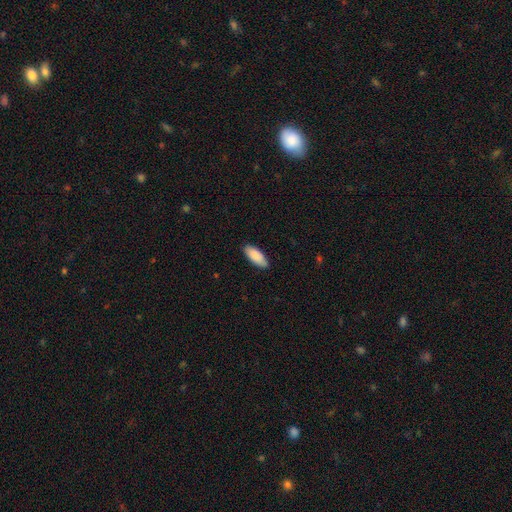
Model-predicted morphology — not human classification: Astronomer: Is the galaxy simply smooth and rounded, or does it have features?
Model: smooth — 89%.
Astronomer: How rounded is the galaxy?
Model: in between — 79%.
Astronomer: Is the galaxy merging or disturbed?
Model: none — 85%.